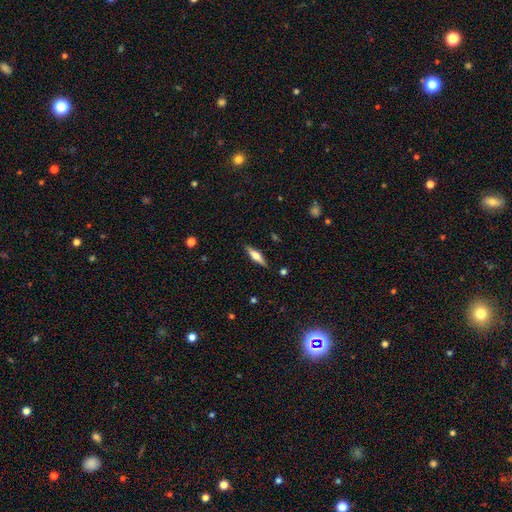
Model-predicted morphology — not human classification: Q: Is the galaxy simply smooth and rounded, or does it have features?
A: featured or disk — 54%.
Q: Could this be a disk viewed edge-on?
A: yes — 95%.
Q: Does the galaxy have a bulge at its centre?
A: rounded — 89%.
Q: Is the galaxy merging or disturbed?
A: none — 89%.